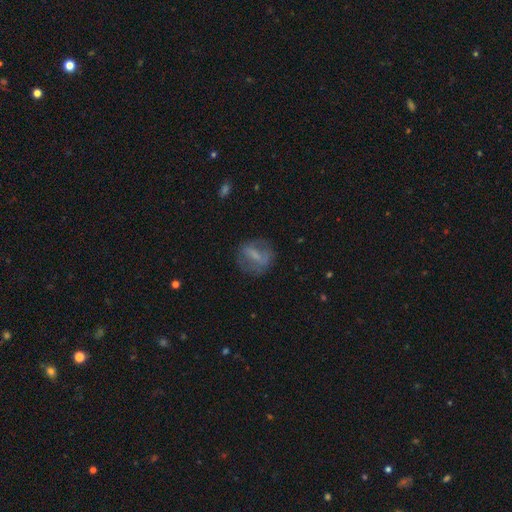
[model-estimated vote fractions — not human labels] This is possibly a featured or disk galaxy (48%). Merging: likely none (69%).